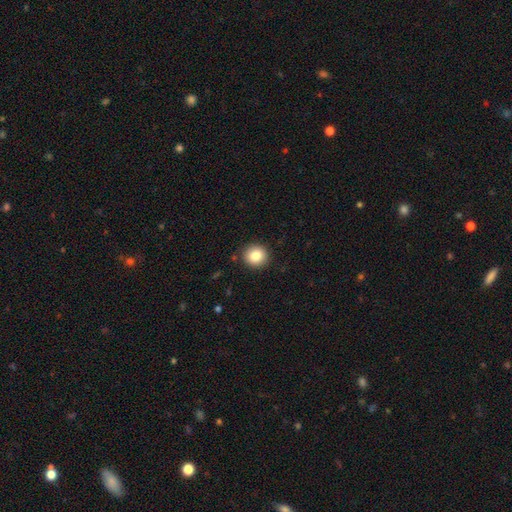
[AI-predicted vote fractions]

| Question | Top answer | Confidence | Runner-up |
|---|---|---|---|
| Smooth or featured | smooth | 85% | star or artifact (9%) |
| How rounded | round | 88% | in between (11%) |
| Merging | none | 90% | minor disturbance (7%) |